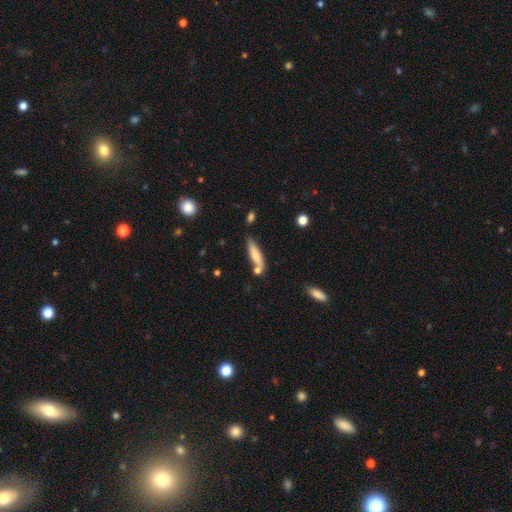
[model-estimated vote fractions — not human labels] A smooth galaxy with no disk features (69%) that is cigar-shaped (74%). Merging: none (65%).